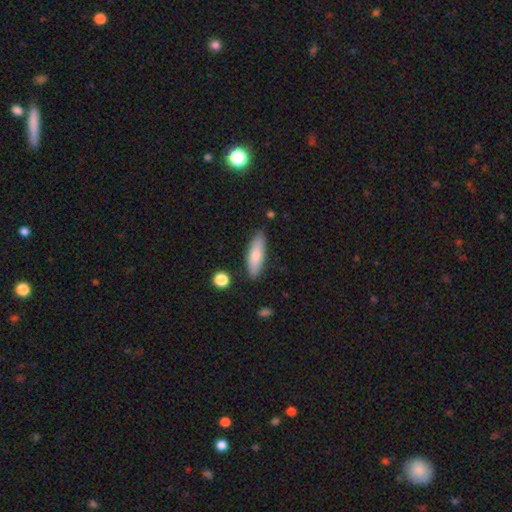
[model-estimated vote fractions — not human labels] Smooth or featured? smooth (78%)
How rounded? in between (51%)
Merging? none (83%)